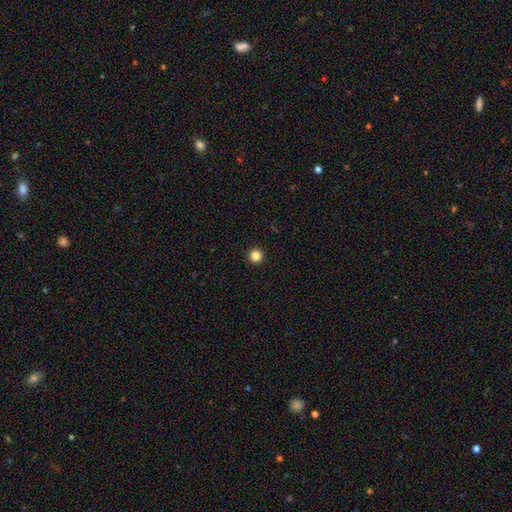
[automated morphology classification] Smooth or featured?
  - smooth: 84% *
  - star or artifact: 12%
  - featured or disk: 4%
How rounded?
  - round: 97% *
  - in between: 3%
  - cigar-shaped: 1%
Merging?
  - none: 94% *
  - minor disturbance: 3%
  - major disturbance: 1%
  - merger: 1%